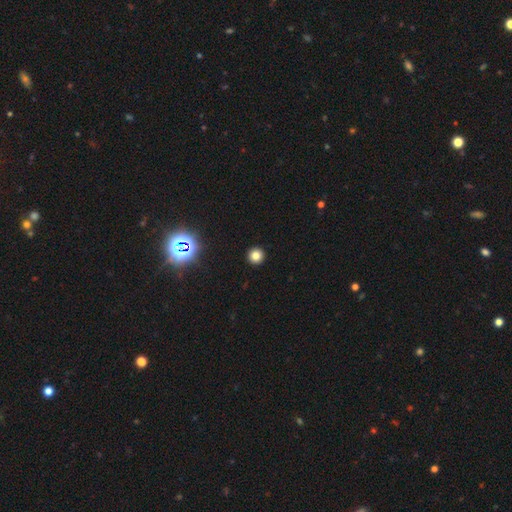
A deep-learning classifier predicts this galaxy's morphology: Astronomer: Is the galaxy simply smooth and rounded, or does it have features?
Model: smooth — 80%.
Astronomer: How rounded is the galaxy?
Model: round — 96%.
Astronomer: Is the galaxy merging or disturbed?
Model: none — 94%.